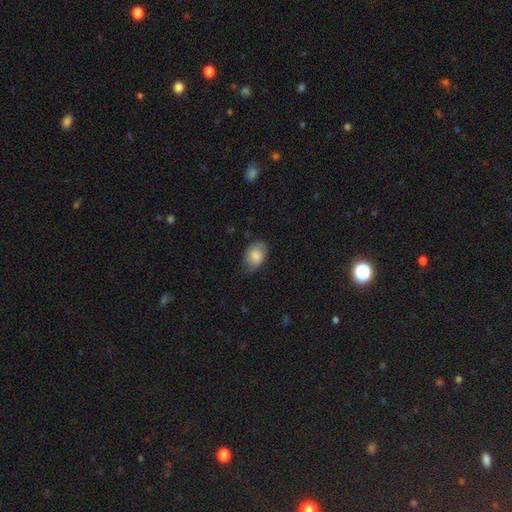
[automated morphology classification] Overall: smooth (81%). How rounded: in between (88%). Merging: none (63%; minor disturbance 30%).